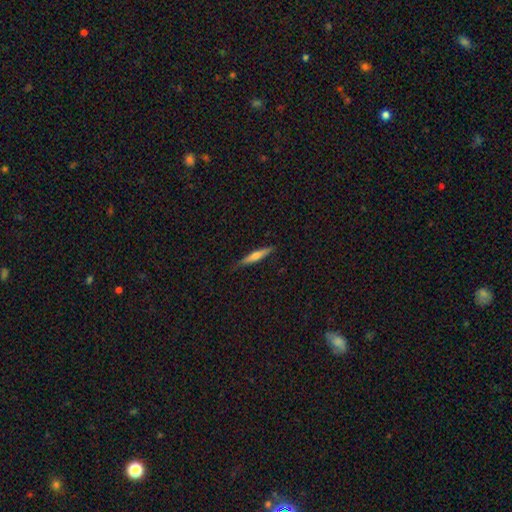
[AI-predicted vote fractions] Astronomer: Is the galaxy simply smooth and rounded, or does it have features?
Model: smooth — 51% (runner-up: featured or disk, 42%).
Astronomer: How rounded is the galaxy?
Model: cigar-shaped — 89%.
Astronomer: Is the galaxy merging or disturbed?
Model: none — 85%.